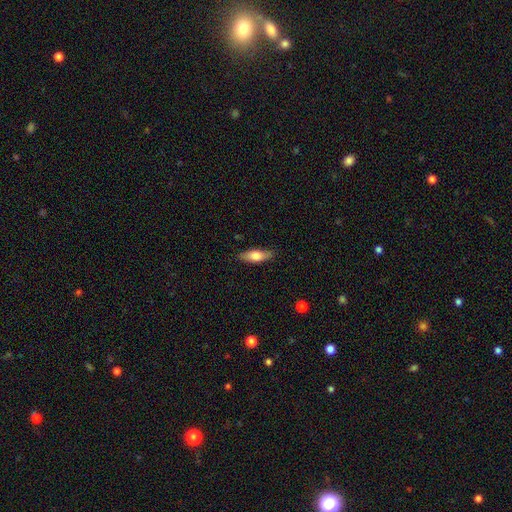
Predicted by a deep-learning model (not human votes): This is likely a smooth galaxy (68%). How rounded: likely in between (62%). Merging: clearly none (85%).